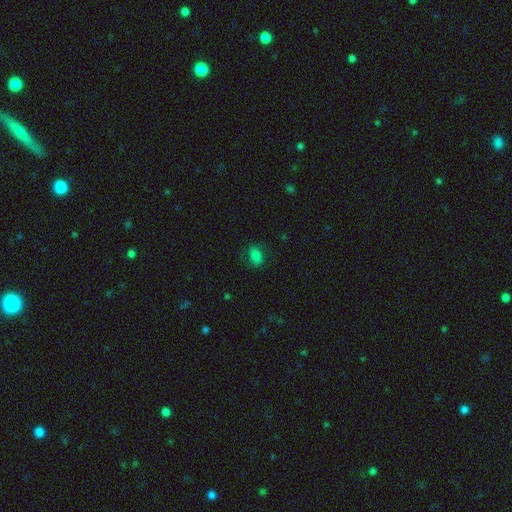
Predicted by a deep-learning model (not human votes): Morphology: type=smooth (82%); roundness=in between (81%); merging=none (80%).